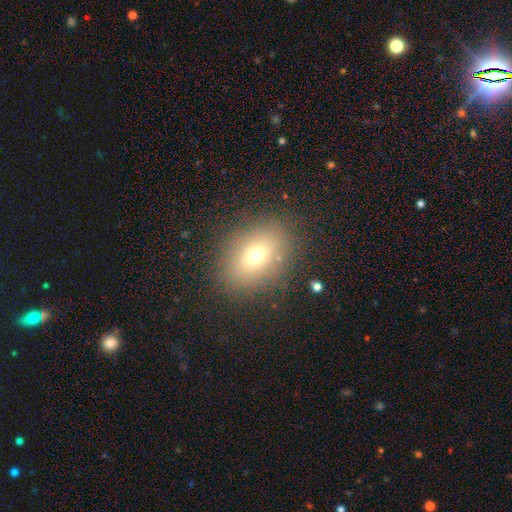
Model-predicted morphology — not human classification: A smooth galaxy with no disk features (69%) that is in between round and cigar-shaped (69%).

Vote fractions:
- Smooth or featured? smooth: 69% / star or artifact: 16% / featured or disk: 15%
- How rounded? in between: 69% / round: 29% / cigar-shaped: 2%
- Merging? none: 85% / minor disturbance: 9% / major disturbance: 4% / merger: 1%